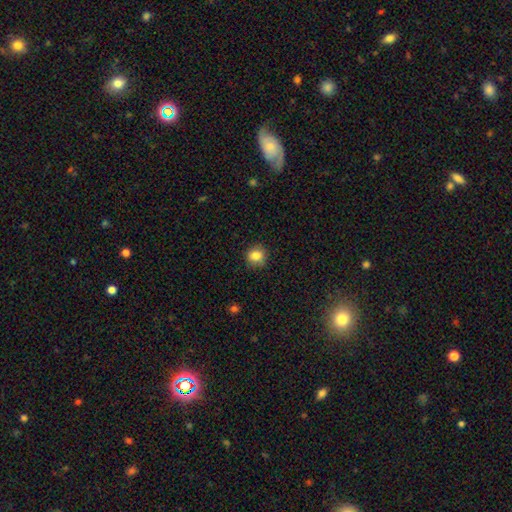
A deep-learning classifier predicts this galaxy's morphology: Overall: smooth (85%). How rounded: round (86%). Merging: none (85%).